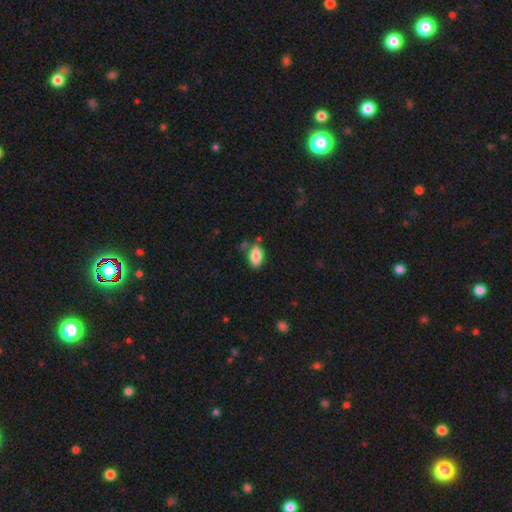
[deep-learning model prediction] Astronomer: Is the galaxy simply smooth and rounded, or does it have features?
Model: smooth — 84%.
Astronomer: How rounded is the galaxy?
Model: in between — 92%.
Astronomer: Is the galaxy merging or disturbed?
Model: none — 72%.